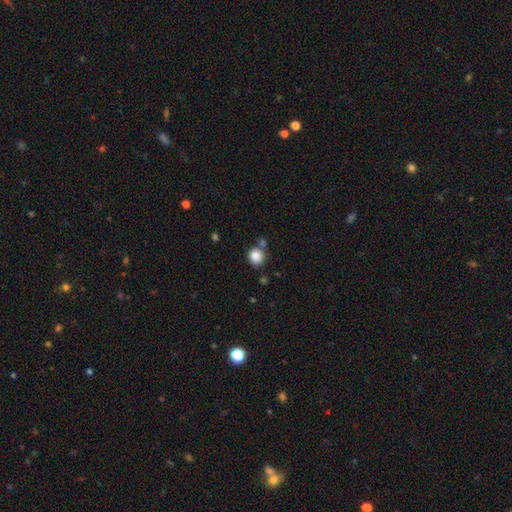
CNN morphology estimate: A smooth galaxy with no disk features (86%) that is round (79%). Merging: none (70%).